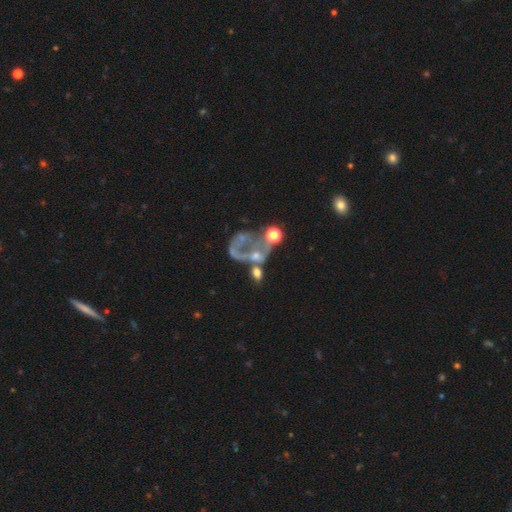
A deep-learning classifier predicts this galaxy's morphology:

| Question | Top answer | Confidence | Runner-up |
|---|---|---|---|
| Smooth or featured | featured or disk | 57% | smooth (24%) |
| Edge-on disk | no | 97% | yes (3%) |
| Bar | no | 87% | weak (9%) |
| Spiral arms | no | 77% | yes (23%) |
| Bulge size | none | 47% | small (25%) |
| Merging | major disturbance | 36% | merger (33%) |